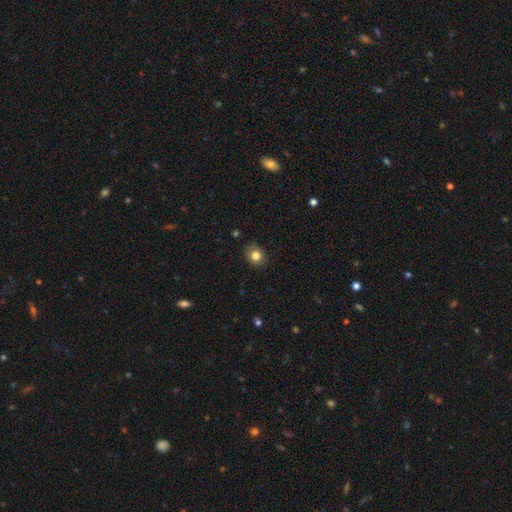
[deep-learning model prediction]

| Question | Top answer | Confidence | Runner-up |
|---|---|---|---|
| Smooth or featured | smooth | 82% | star or artifact (11%) |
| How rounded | round | 68% | in between (31%) |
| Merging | none | 84% | minor disturbance (13%) |